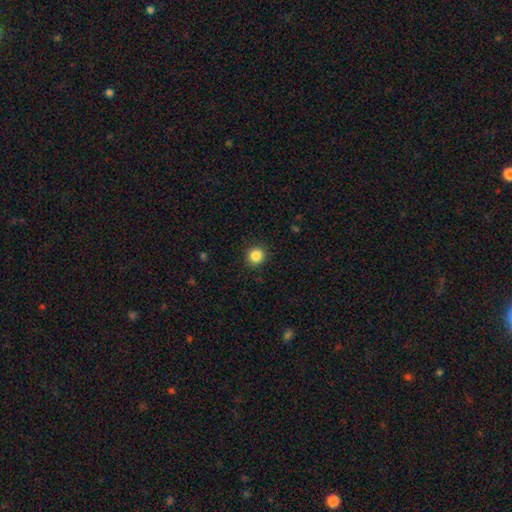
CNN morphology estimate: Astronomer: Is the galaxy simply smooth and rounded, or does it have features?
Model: smooth — 86%.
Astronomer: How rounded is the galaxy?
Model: round — 93%.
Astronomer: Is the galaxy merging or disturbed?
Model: none — 91%.